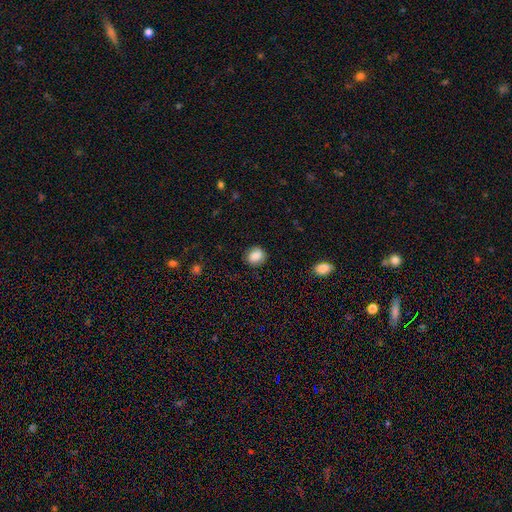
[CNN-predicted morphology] smooth 86%, star or artifact 8%, featured or disk 6%. Down the decision tree: how rounded — round (70%); merging — none (85%).